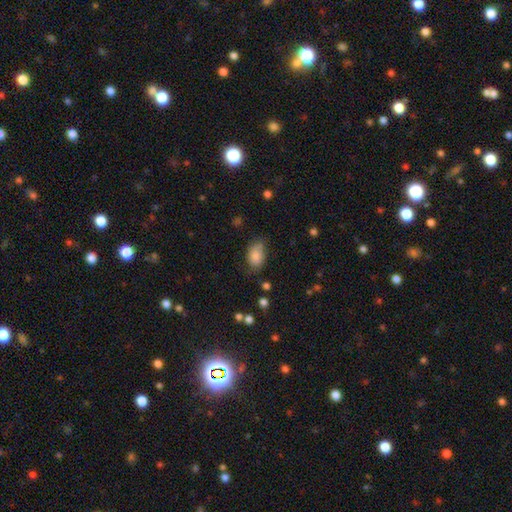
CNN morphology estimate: The model was most divided on "merging": none: 63%, minor disturbance: 27%, major disturbance: 7%, merger: 3%. More confident: how rounded — in between (87%); smooth or featured — smooth (83%).